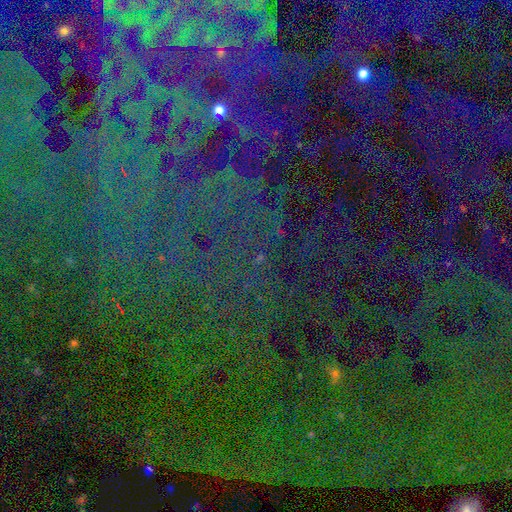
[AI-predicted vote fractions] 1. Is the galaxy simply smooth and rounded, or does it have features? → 80% star or artifact, 10% smooth, 10% featured or disk.